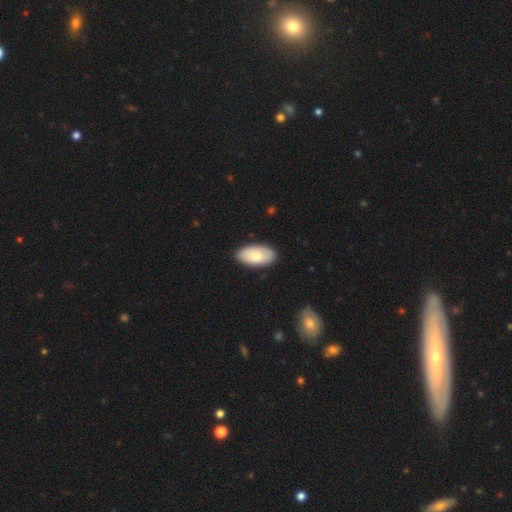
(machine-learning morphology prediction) A smooth galaxy with no disk features (80%) that is in between round and cigar-shaped (95%).

Vote fractions:
- Smooth or featured? smooth: 80% / featured or disk: 15% / star or artifact: 5%
- How rounded? in between: 95% / cigar-shaped: 2% / round: 2%
- Merging? none: 85% / minor disturbance: 11% / major disturbance: 2% / merger: 1%